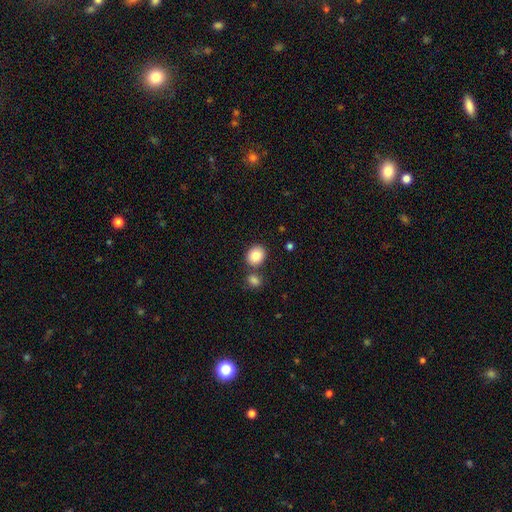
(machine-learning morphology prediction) smooth_or_featured: smooth (p=0.85) [alt: star or artifact p=0.09]
how_rounded: round (p=0.61) [alt: in between p=0.38]
merging: none (p=0.73) [alt: merger p=0.15]